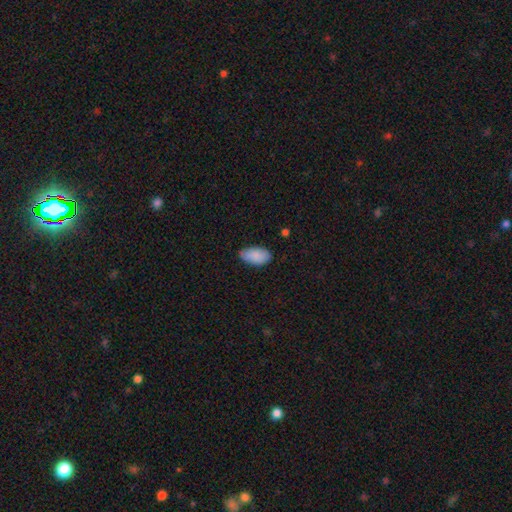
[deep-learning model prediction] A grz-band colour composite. It shows a smooth galaxy with no disk features (87%) that is in between round and cigar-shaped (95%). Merging: none (77%).